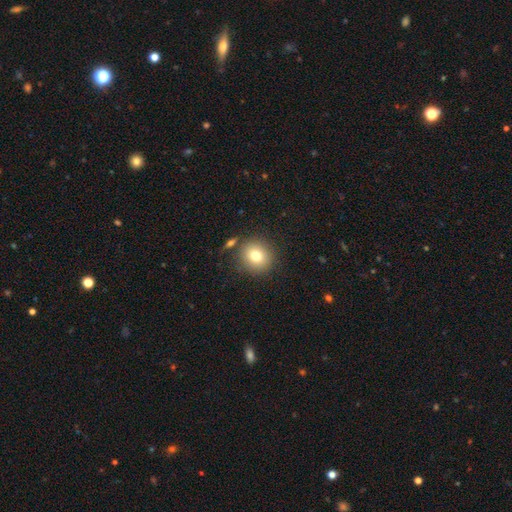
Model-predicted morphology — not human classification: smooth 77%, star or artifact 12%, featured or disk 11%. Down the decision tree: how rounded — round (88%); merging — none (82%).